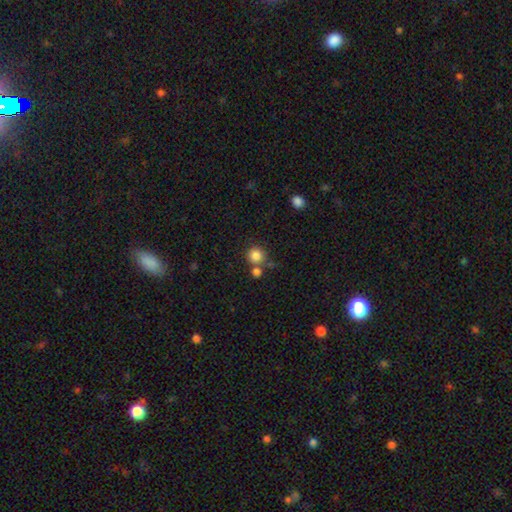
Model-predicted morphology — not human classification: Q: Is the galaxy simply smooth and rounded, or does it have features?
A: smooth — 84%.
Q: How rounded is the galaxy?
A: round — 92%.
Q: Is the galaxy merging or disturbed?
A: none — 64%.